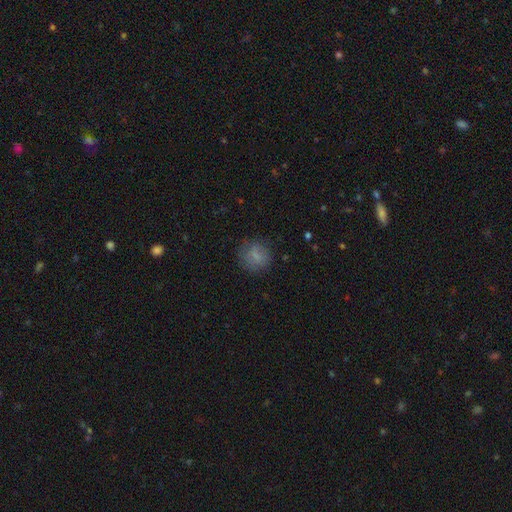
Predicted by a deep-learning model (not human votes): Smooth or featured: smooth — 76% (featured or disk — 14%)
How rounded: round — 82% (in between — 16%)
Merging: none — 77% (minor disturbance — 15%)